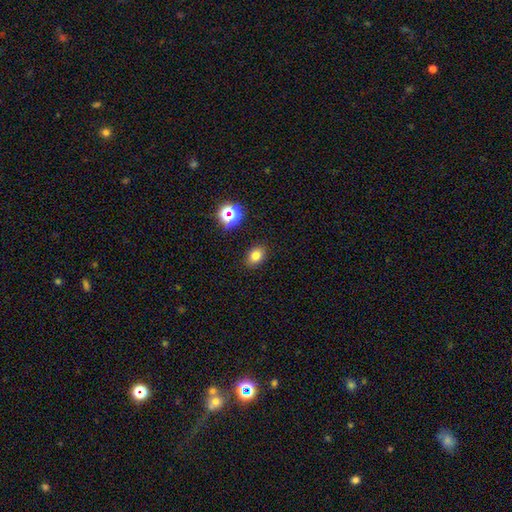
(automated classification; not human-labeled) Q: Smooth or featured?
A: smooth (77%); runner-up: star or artifact (15%)
Q: How rounded?
A: in between (73%); runner-up: round (26%)
Q: Merging?
A: none (87%); runner-up: minor disturbance (9%)